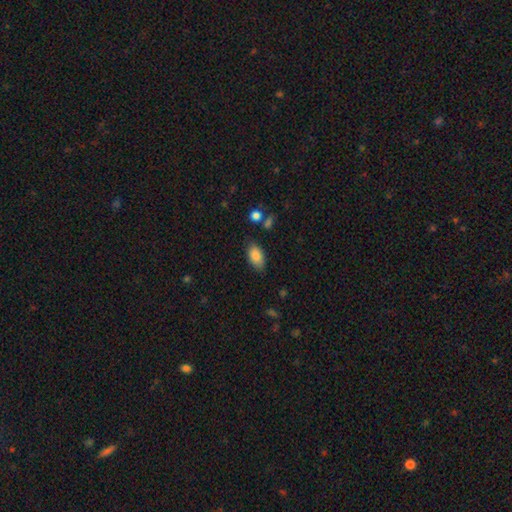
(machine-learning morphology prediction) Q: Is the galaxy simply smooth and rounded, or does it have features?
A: smooth — 87%.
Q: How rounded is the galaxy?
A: in between — 92%.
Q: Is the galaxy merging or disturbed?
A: none — 79%.